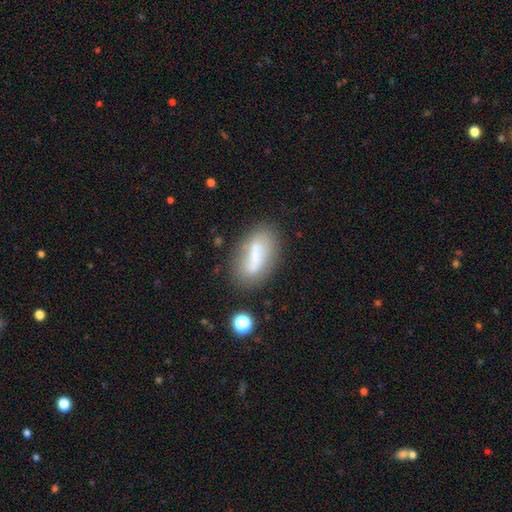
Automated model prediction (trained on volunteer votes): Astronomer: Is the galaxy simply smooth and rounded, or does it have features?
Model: smooth — 61%.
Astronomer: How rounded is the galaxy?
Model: in between — 77%.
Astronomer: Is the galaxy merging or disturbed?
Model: none — 62%.